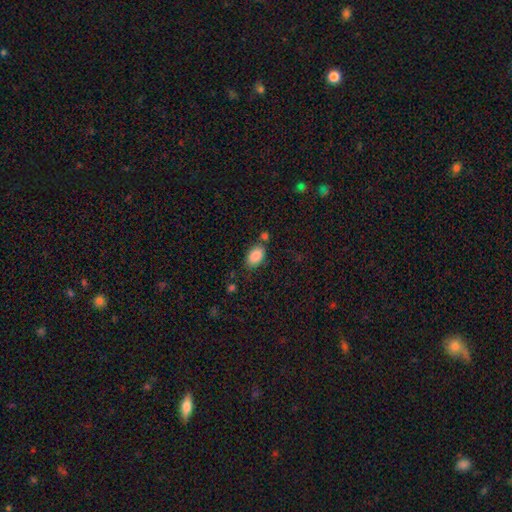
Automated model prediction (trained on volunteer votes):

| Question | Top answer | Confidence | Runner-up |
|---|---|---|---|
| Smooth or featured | smooth | 88% | star or artifact (7%) |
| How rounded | in between | 92% | round (7%) |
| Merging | none | 70% | minor disturbance (16%) |